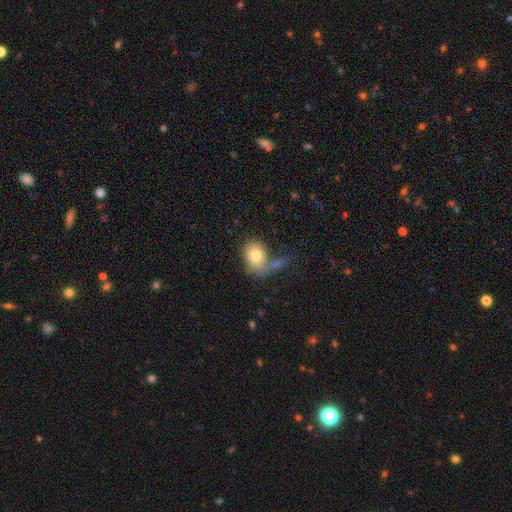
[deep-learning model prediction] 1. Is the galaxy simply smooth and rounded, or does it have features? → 78% smooth, 14% featured or disk, 8% star or artifact.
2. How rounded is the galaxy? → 64% in between, 35% round, 1% cigar-shaped.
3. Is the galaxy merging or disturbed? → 41% none, 21% major disturbance, 19% minor disturbance, 19% merger.